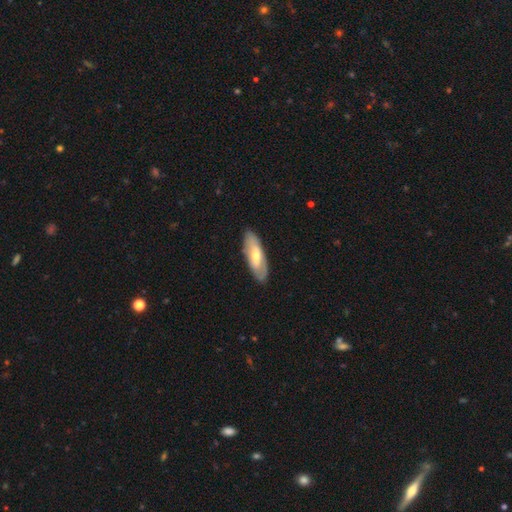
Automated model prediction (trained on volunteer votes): A smooth galaxy with no disk features (53%) that is in between round and cigar-shaped (65%).

Vote fractions:
- Smooth or featured? smooth: 53% / featured or disk: 41% / star or artifact: 6%
- How rounded? in between: 65% / cigar-shaped: 33% / round: 2%
- Merging? none: 83% / minor disturbance: 13% / major disturbance: 3% / merger: 1%